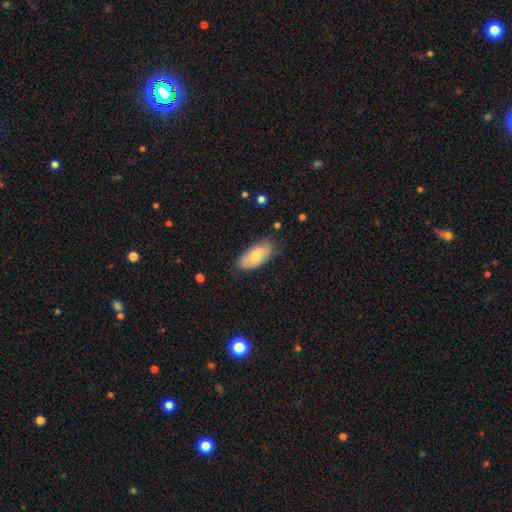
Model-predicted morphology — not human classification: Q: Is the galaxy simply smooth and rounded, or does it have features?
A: smooth — 71%.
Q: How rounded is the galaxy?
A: in between — 92%.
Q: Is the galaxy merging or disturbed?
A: none — 82%.